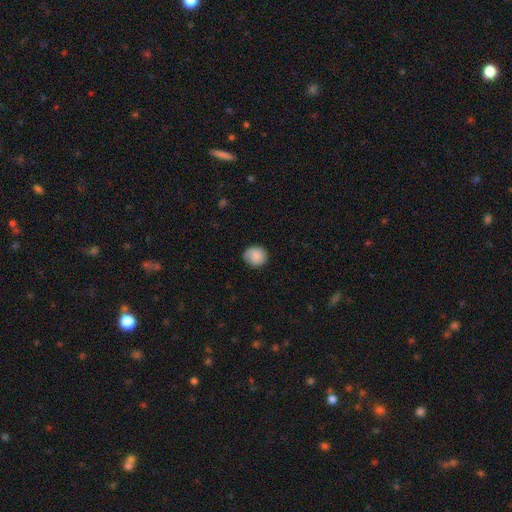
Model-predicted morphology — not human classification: A smooth galaxy with no disk features (86%) that is round (87%).

Vote fractions:
- Smooth or featured? smooth: 86% / featured or disk: 7% / star or artifact: 7%
- How rounded? round: 87% / in between: 12% / cigar-shaped: 1%
- Merging? none: 82% / minor disturbance: 14% / major disturbance: 3% / merger: 1%